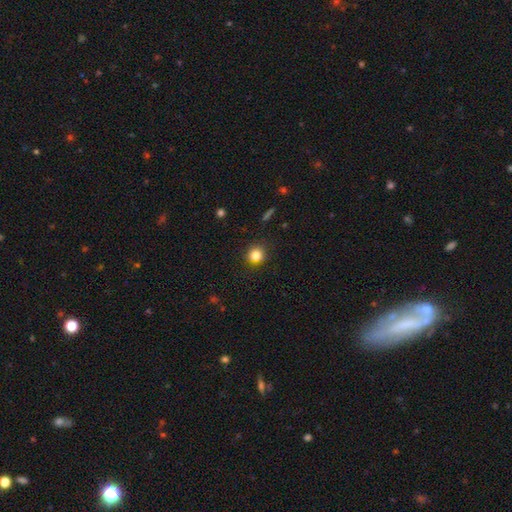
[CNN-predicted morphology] type=smooth (81%); roundness=round (89%); merging=none (87%).